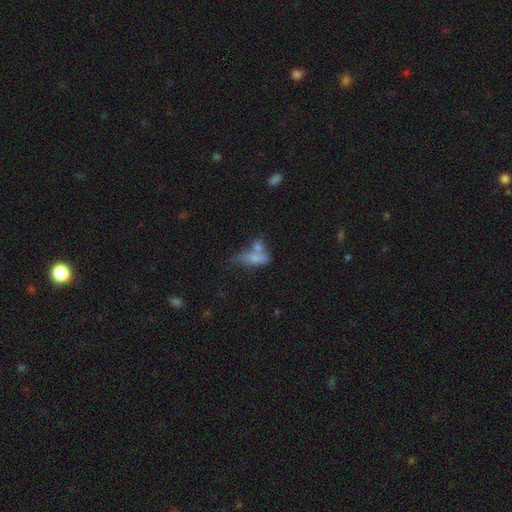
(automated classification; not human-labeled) This is likely a smooth galaxy (70%). How rounded: likely in between (73%). Merging: marginally merger (44%).